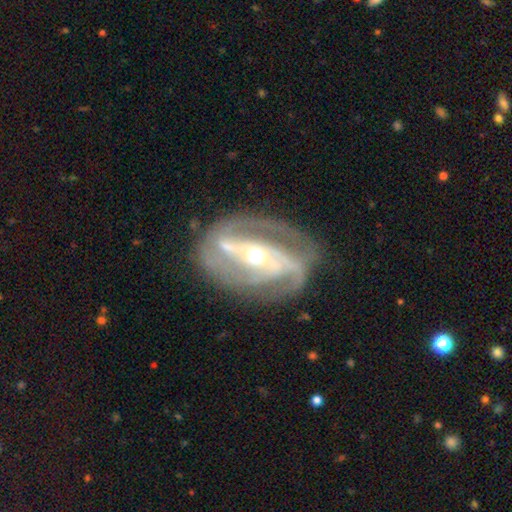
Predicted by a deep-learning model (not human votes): A featured or disk galaxy (90%) with a strong bar (53%), 2 (52%) medium (47%) spiral arms (97%) and a moderate central bulge (49%).

Vote fractions:
- Smooth or featured? featured or disk: 90% / star or artifact: 5% / smooth: 5%
- Edge-on disk? no: 96% / yes: 4%
- Bar? strong: 53% / weak: 25% / no: 22%
- Spiral arms? yes: 97% / no: 3%
- Spiral winding? medium: 47% / tight: 38% / loose: 15%
- Spiral arm count? 2: 52% / 3: 28% / can't tell: 9% / 4: 5% / 1: 4% / more than 4: 3%
- Bulge size? moderate: 49% / small: 47% / large: 2% / none: 1% / dominant: 1%
- Merging? none: 68% / minor disturbance: 19% / major disturbance: 11% / merger: 3%